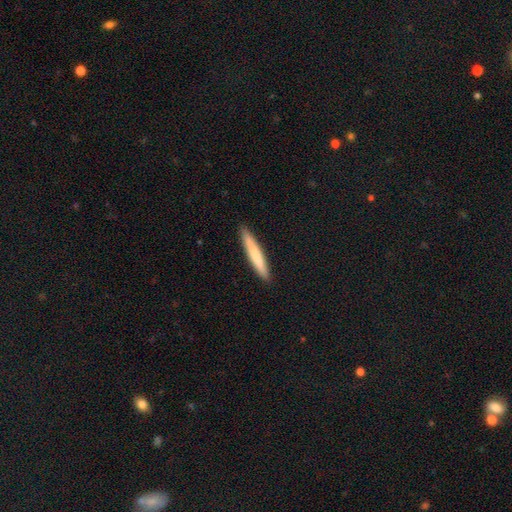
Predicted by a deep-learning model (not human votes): Q: Smooth or featured?
A: smooth (73%); runner-up: featured or disk (22%)
Q: How rounded?
A: cigar-shaped (95%); runner-up: in between (4%)
Q: Merging?
A: none (91%); runner-up: minor disturbance (6%)